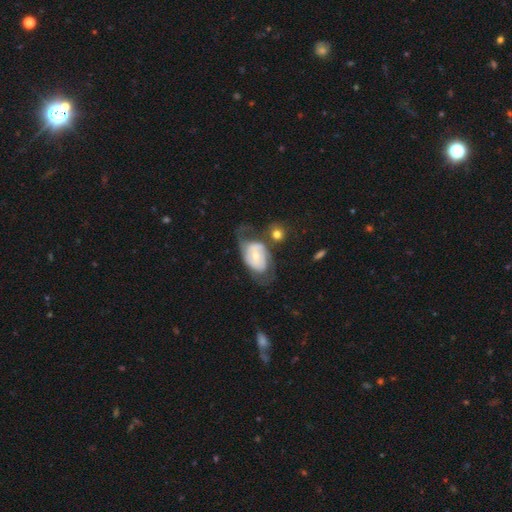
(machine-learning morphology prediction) smooth_or_featured: featured or disk (p=0.67) [alt: smooth p=0.27]
disk_edge_on: no (p=0.95) [alt: yes p=0.05]
bar: no (p=0.59) [alt: weak p=0.32]
has_spiral_arms: yes (p=0.74) [alt: no p=0.26]
bulge_size: moderate (p=0.48) [alt: small p=0.45]
merging: none (p=0.35) [alt: major disturbance p=0.29]